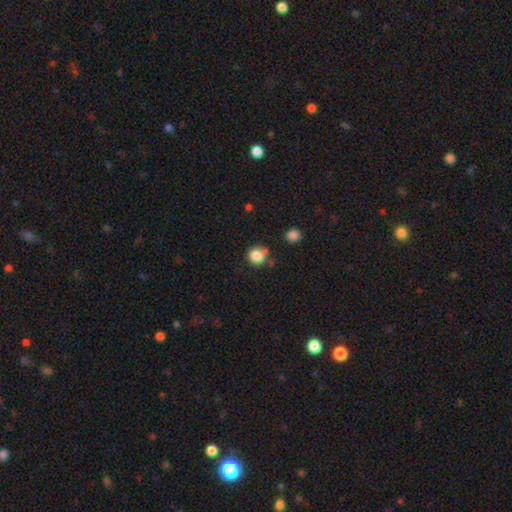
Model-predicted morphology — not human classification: type=smooth (83%); roundness=round (88%); merging=none (67%).